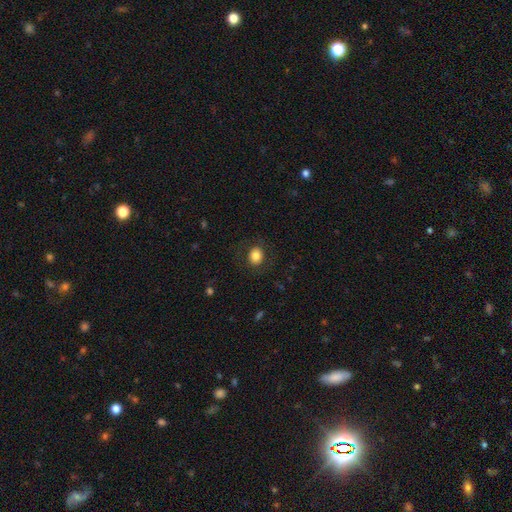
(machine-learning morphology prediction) A smooth galaxy with no disk features (83%) that is round (65%).

Vote fractions:
- Smooth or featured? smooth: 83% / star or artifact: 9% / featured or disk: 8%
- How rounded? round: 65% / in between: 34% / cigar-shaped: 1%
- Merging? none: 85% / minor disturbance: 10% / major disturbance: 5% / merger: 1%